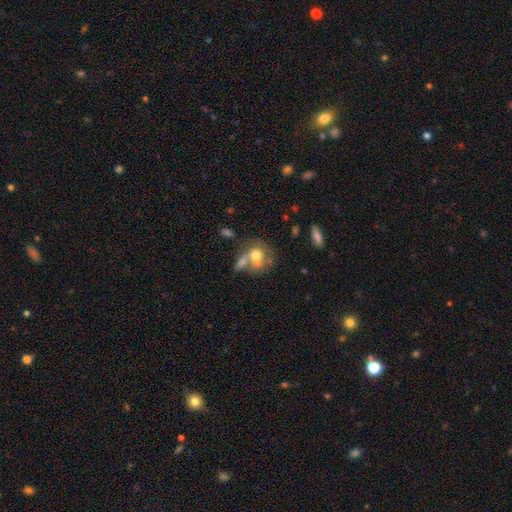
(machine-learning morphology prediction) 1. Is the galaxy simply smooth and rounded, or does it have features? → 65% smooth, 27% featured or disk, 8% star or artifact.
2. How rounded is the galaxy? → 65% round, 34% in between, 2% cigar-shaped.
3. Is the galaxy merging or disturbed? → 43% merger, 33% none, 14% minor disturbance, 10% major disturbance.